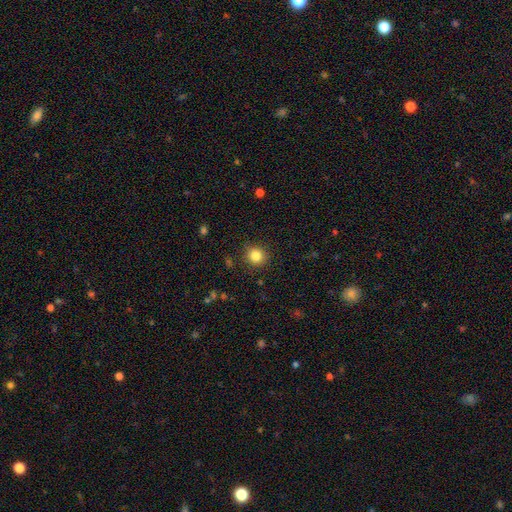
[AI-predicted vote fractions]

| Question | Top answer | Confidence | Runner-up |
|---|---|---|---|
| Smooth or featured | smooth | 84% | star or artifact (11%) |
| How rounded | round | 90% | in between (9%) |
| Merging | none | 89% | minor disturbance (7%) |